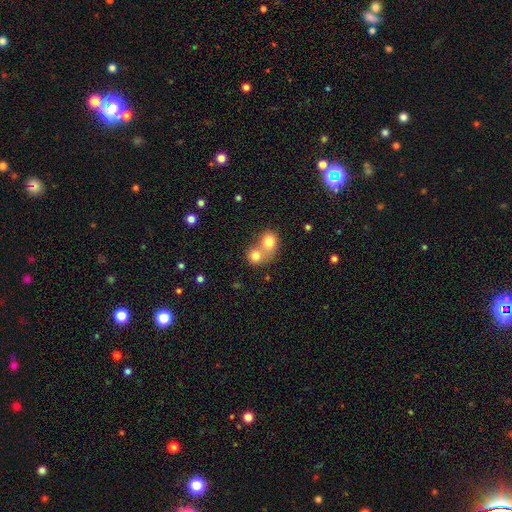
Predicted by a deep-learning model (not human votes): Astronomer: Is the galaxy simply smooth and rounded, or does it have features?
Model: smooth — 78%.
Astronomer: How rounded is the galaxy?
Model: round — 75%.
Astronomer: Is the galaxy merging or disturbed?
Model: merger — 66%.